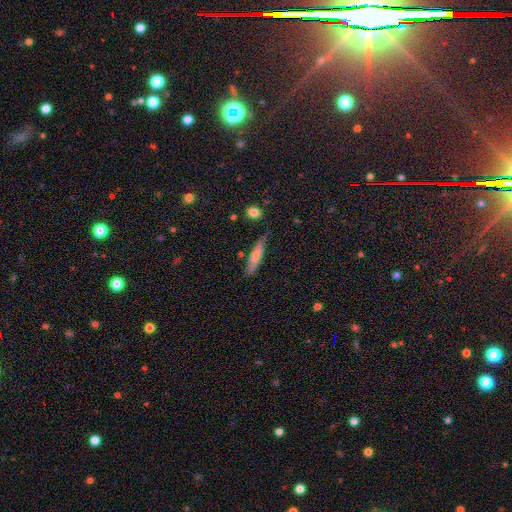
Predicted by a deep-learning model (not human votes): A smooth galaxy with no disk features (67%) that is cigar-shaped (82%). Merging: none (72%).